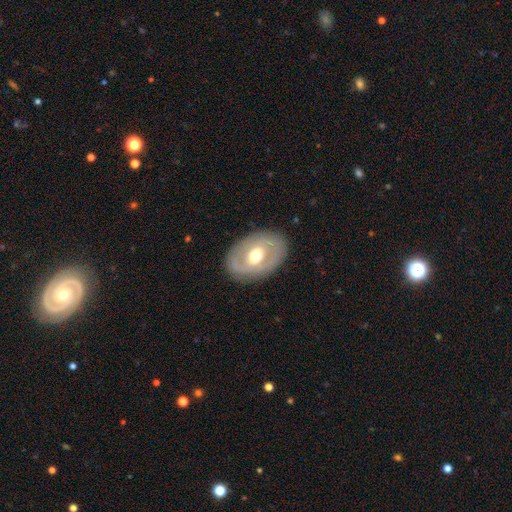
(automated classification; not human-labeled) This is likely a featured or disk galaxy (61%). It is clearly not viewed edge-on (92%). Bar: possibly no (51%). Spiral arm pattern: likely no (63%). Central bulge: likely moderate (72%). Merging: clearly none (84%).